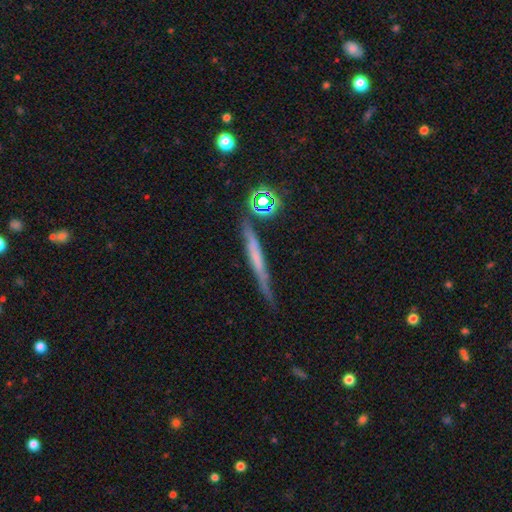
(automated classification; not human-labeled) This appears to be a featured or disk galaxy (51%) viewed edge-on (92%). Merging: none (75%).